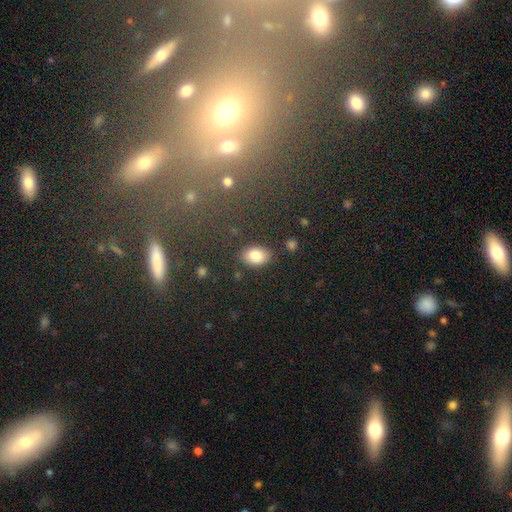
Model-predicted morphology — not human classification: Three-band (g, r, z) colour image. It shows a smooth galaxy with no disk features (83%) that is in between round and cigar-shaped (80%). Merging: none (84%).